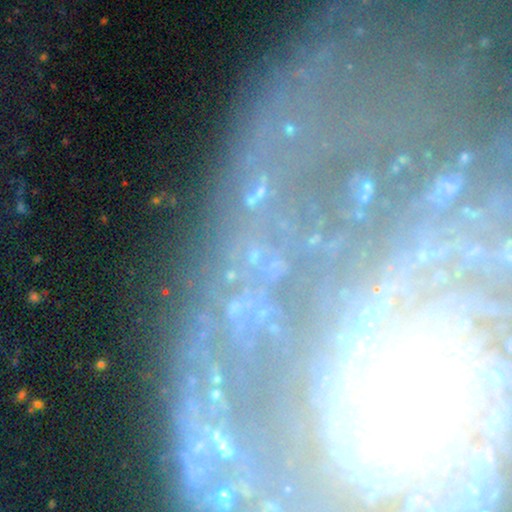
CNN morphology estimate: star or artifact 45%, featured or disk 37%, smooth 18%.